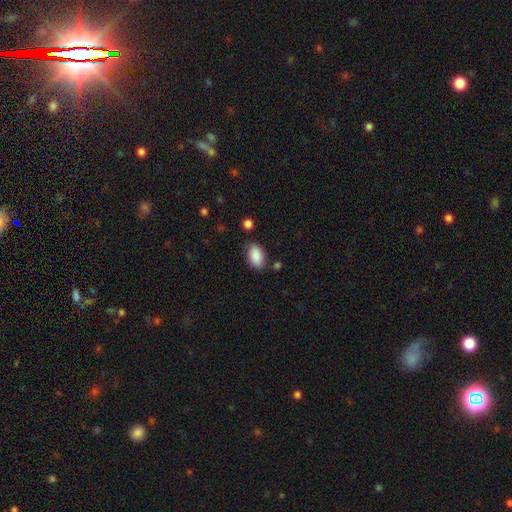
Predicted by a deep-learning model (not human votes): Q: Smooth or featured?
A: smooth (87%); runner-up: star or artifact (7%)
Q: How rounded?
A: in between (92%); runner-up: round (6%)
Q: Merging?
A: none (79%); runner-up: minor disturbance (14%)